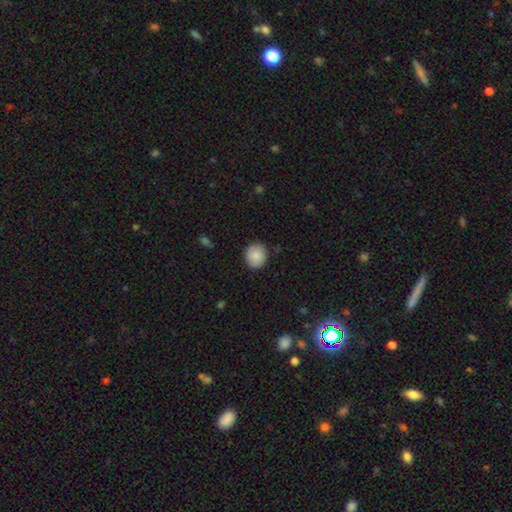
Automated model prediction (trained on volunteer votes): Q: Smooth or featured?
A: smooth (84%); runner-up: featured or disk (9%)
Q: How rounded?
A: round (82%); runner-up: in between (17%)
Q: Merging?
A: none (86%); runner-up: minor disturbance (10%)